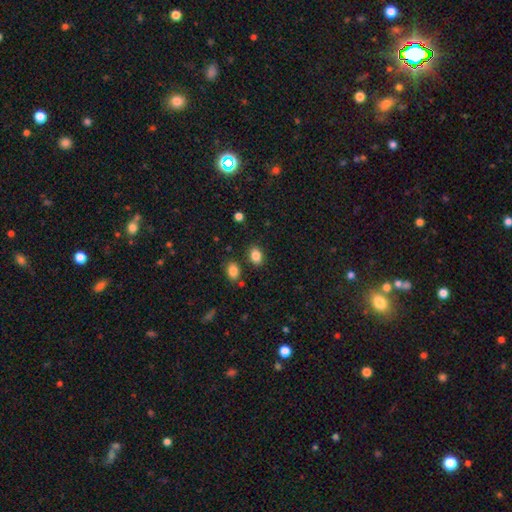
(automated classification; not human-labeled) Smooth or featured: smooth — 85% (star or artifact — 10%)
How rounded: in between — 75% (round — 24%)
Merging: none — 80% (minor disturbance — 11%)